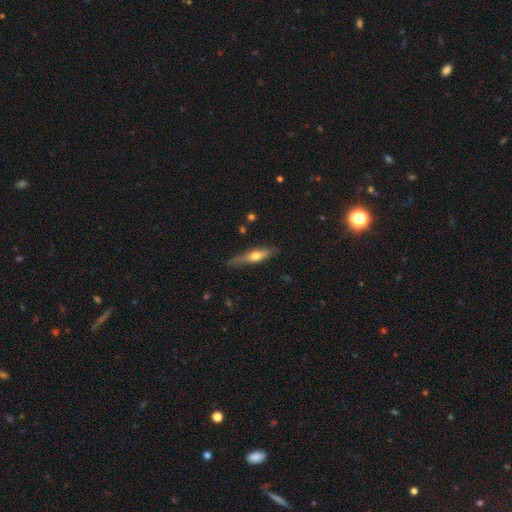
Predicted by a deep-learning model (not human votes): Q: Smooth or featured?
A: featured or disk (51%); runner-up: smooth (44%)
Q: Edge-on disk?
A: yes (90%); runner-up: no (10%)
Q: Merging?
A: none (76%); runner-up: minor disturbance (19%)